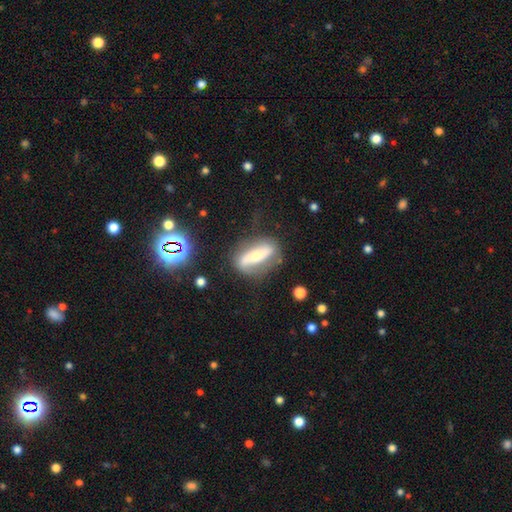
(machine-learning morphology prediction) A featured or disk galaxy (62%). Merging: none (66%).